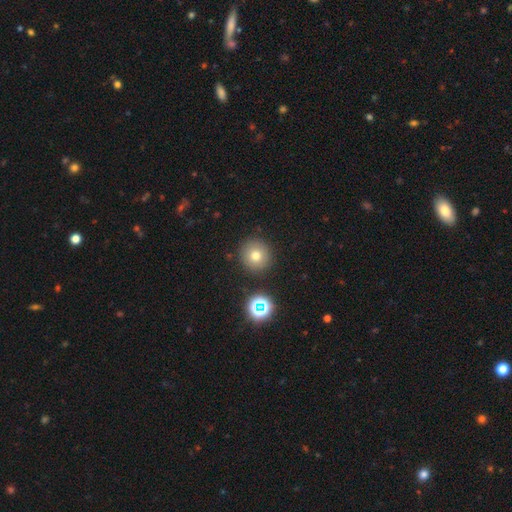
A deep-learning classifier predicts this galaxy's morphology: Smooth or featured? Predicted: smooth (p=0.73). How rounded? Predicted: round (p=0.95). Merging? Predicted: none (p=0.88).